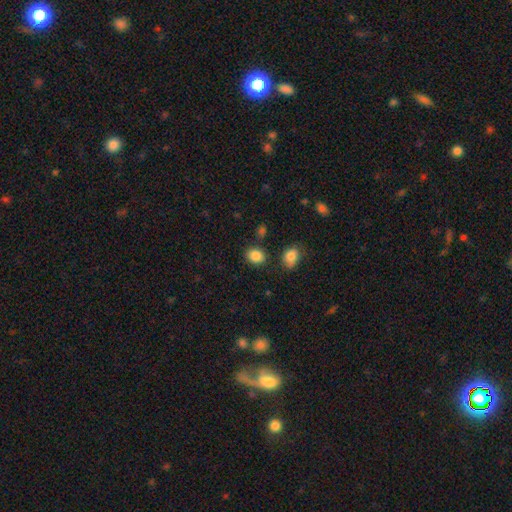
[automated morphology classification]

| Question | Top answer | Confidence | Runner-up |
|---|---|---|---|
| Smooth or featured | smooth | 86% | star or artifact (10%) |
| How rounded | round | 53% | in between (46%) |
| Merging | none | 80% | minor disturbance (11%) |